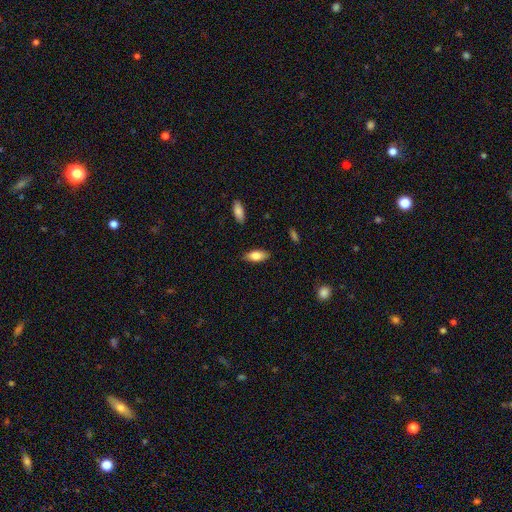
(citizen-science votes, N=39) smooth 74%, featured or disk 26%, star or artifact 0%. Down the decision tree: how rounded — in between (83%); merging — none (90%).